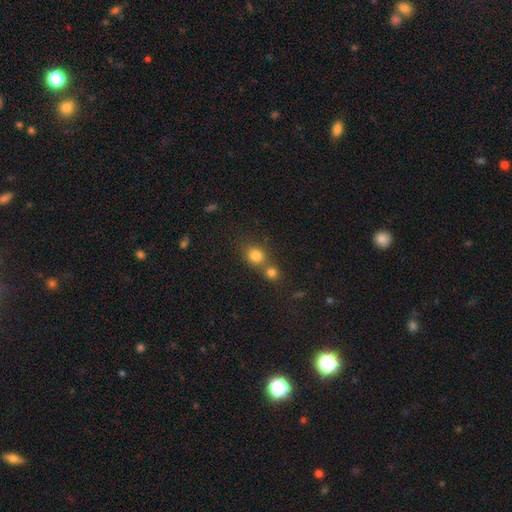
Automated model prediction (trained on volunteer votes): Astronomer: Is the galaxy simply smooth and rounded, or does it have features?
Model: smooth — 80%.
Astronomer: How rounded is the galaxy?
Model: round — 69%.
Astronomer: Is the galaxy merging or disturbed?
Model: none — 46% (runner-up: merger, 43%).